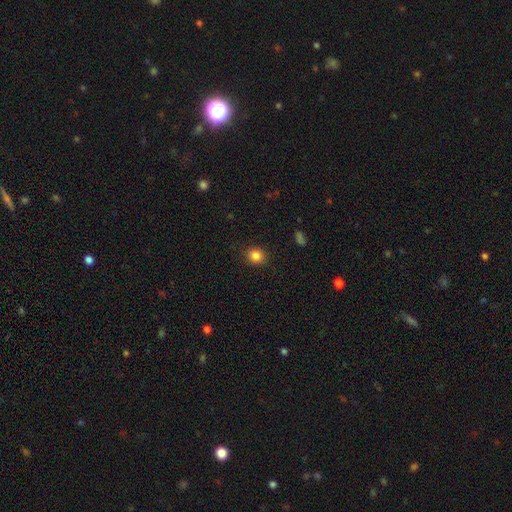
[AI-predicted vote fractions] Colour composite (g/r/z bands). It shows a smooth galaxy with no disk features (84%) that is round (79%). Merging: none (89%).